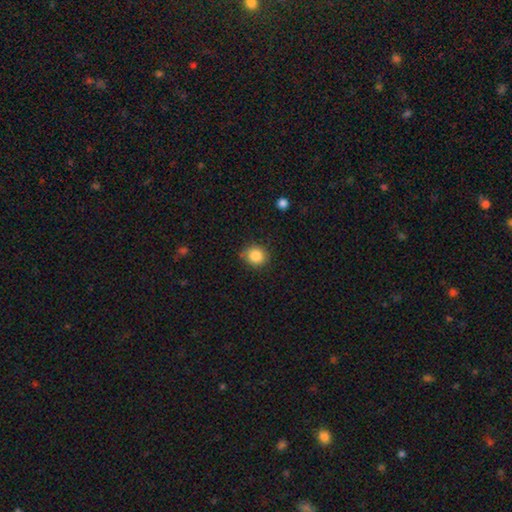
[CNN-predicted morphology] Smooth or featured: smooth — 86% (star or artifact — 9%)
How rounded: round — 81% (in between — 18%)
Merging: none — 82% (minor disturbance — 13%)